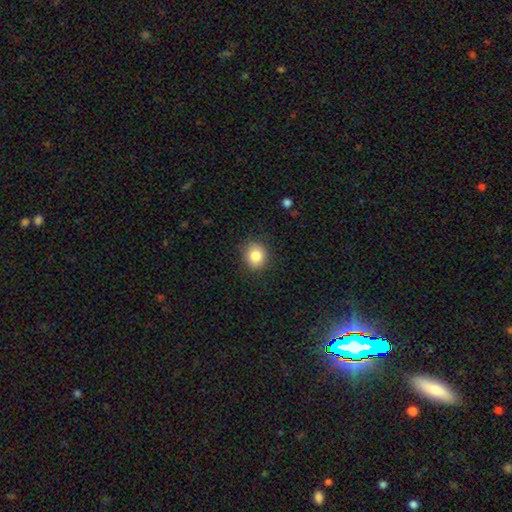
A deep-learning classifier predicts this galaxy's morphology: Q: Smooth or featured?
A: smooth (84%); runner-up: star or artifact (10%)
Q: How rounded?
A: round (78%); runner-up: in between (21%)
Q: Merging?
A: none (87%); runner-up: minor disturbance (9%)